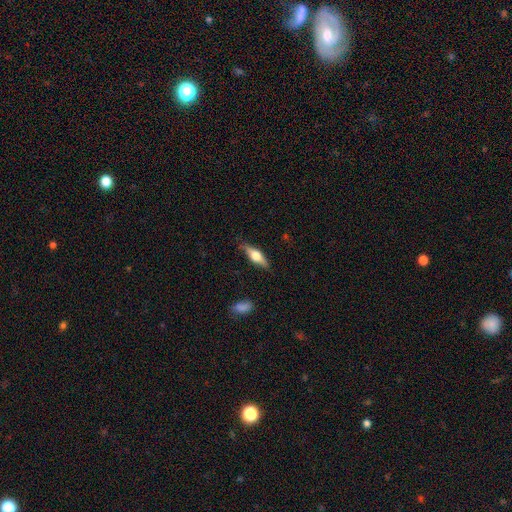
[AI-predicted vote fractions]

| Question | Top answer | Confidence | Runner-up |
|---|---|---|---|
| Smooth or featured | featured or disk | 54% | smooth (40%) |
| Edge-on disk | yes | 94% | no (6%) |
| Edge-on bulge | rounded | 93% | boxy (5%) |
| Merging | none | 81% | minor disturbance (14%) |